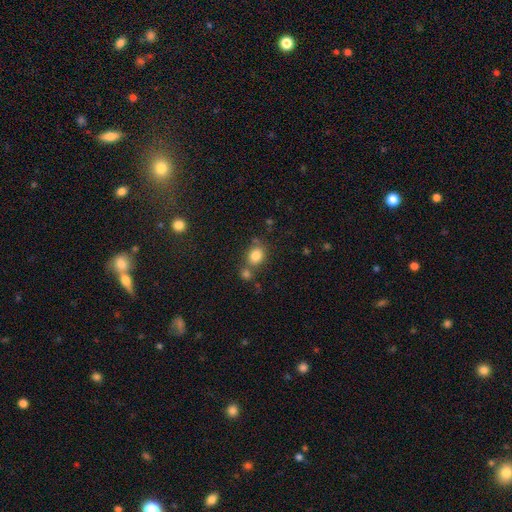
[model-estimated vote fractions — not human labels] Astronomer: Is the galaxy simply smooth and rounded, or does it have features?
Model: smooth — 83%.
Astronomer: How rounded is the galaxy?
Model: round — 54% (runner-up: in between, 45%).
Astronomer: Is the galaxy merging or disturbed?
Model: none — 62%.